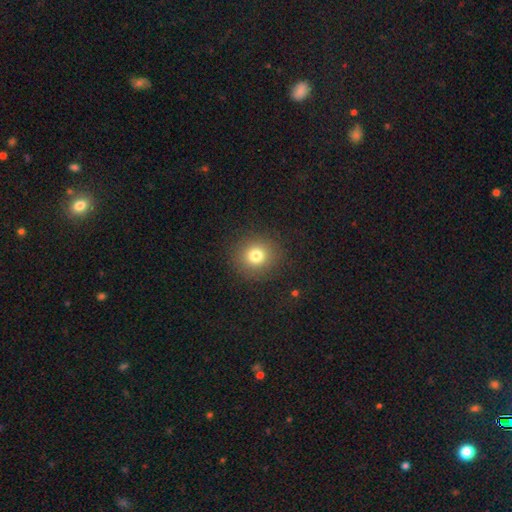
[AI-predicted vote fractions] Smooth or featured?
  - smooth: 78% *
  - star or artifact: 13%
  - featured or disk: 9%
How rounded?
  - round: 89% *
  - in between: 10%
  - cigar-shaped: 1%
Merging?
  - none: 89% *
  - minor disturbance: 7%
  - major disturbance: 3%
  - merger: 1%